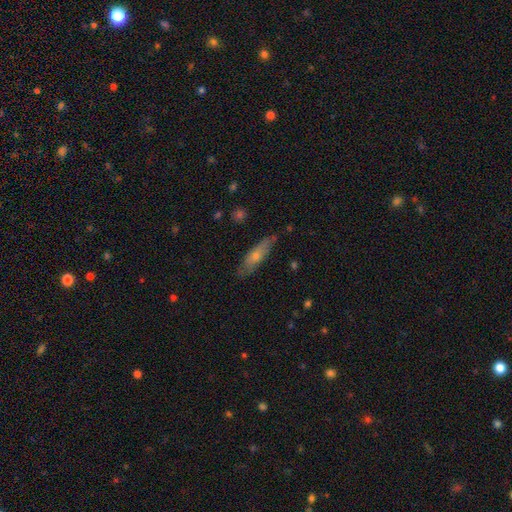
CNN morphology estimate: A smooth galaxy with no disk features (50%).

Vote fractions:
- Smooth or featured? smooth: 50% / featured or disk: 43% / star or artifact: 7%
- Merging? none: 79% / minor disturbance: 17% / major disturbance: 3% / merger: 2%